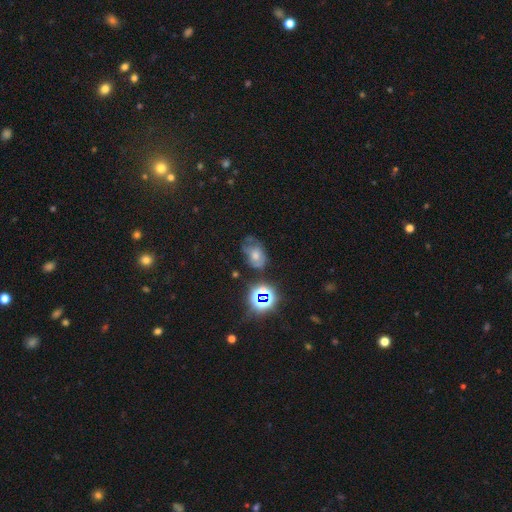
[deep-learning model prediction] This is marginally a star or artifact rather than a galaxy (39%).